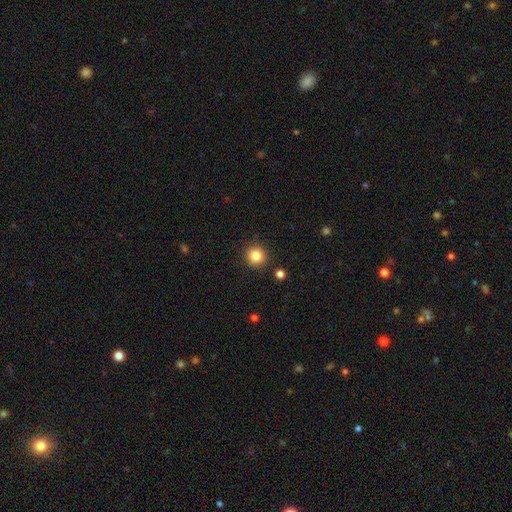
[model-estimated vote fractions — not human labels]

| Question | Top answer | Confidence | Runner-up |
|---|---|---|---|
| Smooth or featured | smooth | 84% | star or artifact (11%) |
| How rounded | round | 92% | in between (7%) |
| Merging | none | 90% | minor disturbance (6%) |